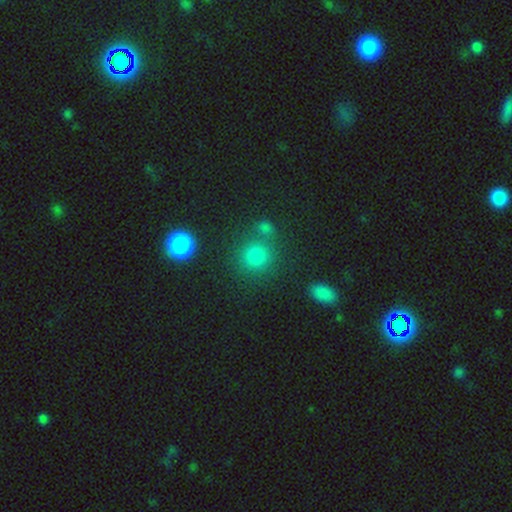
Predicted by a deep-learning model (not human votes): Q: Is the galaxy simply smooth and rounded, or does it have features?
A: smooth — 77%.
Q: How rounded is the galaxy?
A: round — 89%.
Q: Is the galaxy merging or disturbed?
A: none — 73%.